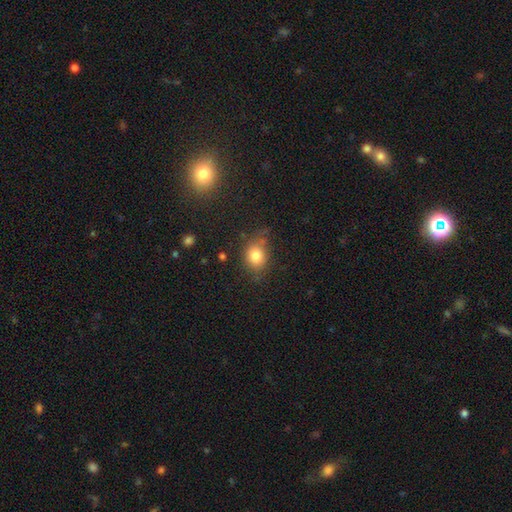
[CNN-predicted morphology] Smooth or featured? smooth (81%)
How rounded? round (51%)
Merging? none (65%)